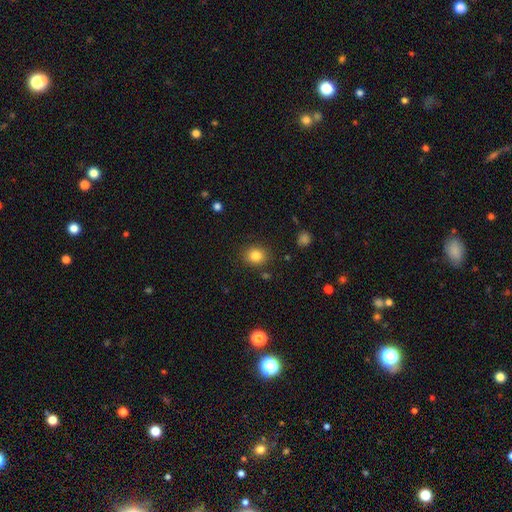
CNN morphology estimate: Overall: smooth (83%). How rounded: round (70%). Merging: none (86%).